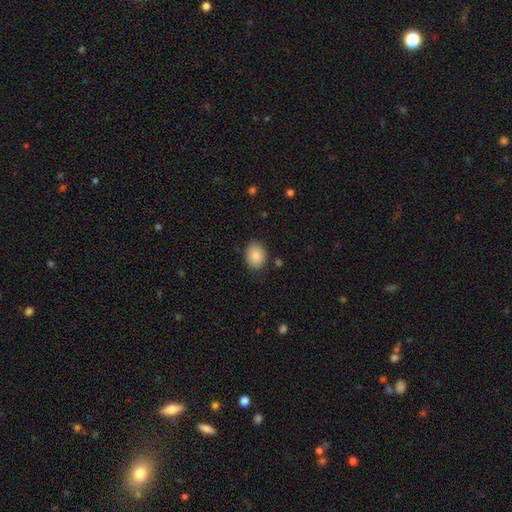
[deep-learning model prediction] Q: Smooth or featured?
A: smooth (88%); runner-up: star or artifact (8%)
Q: How rounded?
A: in between (53%); runner-up: round (46%)
Q: Merging?
A: none (85%); runner-up: minor disturbance (11%)